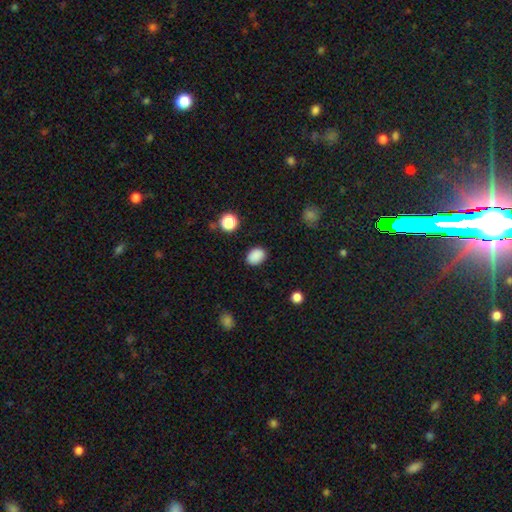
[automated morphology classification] Smooth or featured? Predicted: smooth (p=0.87). How rounded? Predicted: in between (p=0.68). Merging? Predicted: none (p=0.86).